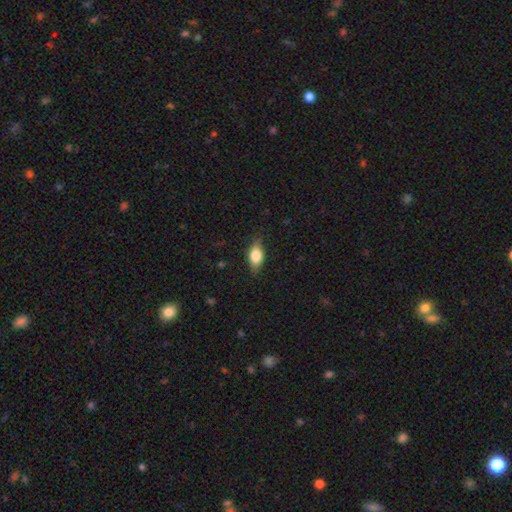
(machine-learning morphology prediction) Smooth or featured? Predicted: smooth (p=0.75). How rounded? Predicted: in between (p=0.85). Merging? Predicted: none (p=0.79).